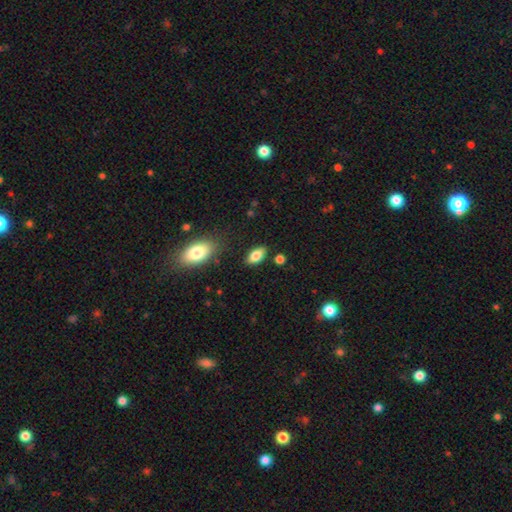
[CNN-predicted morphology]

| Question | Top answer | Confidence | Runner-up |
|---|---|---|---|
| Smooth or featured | smooth | 80% | featured or disk (12%) |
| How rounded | in between | 89% | cigar-shaped (7%) |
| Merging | none | 83% | minor disturbance (11%) |